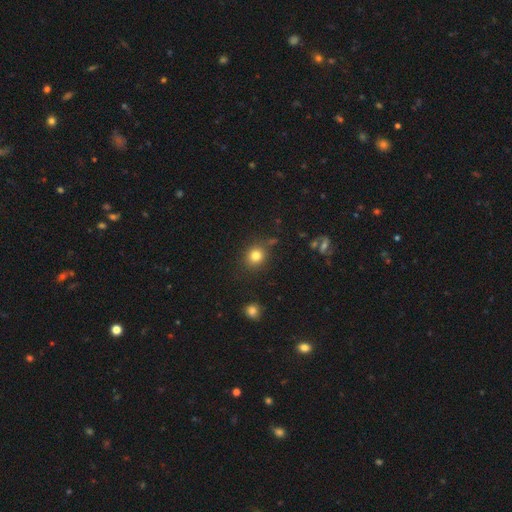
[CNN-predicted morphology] type=smooth (81%); roundness=round (82%); merging=none (82%).